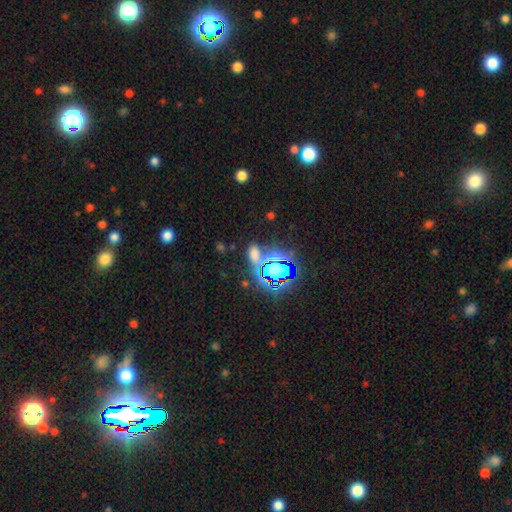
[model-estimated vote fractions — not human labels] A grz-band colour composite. It shows a star or artifact, not a galaxy (54%).